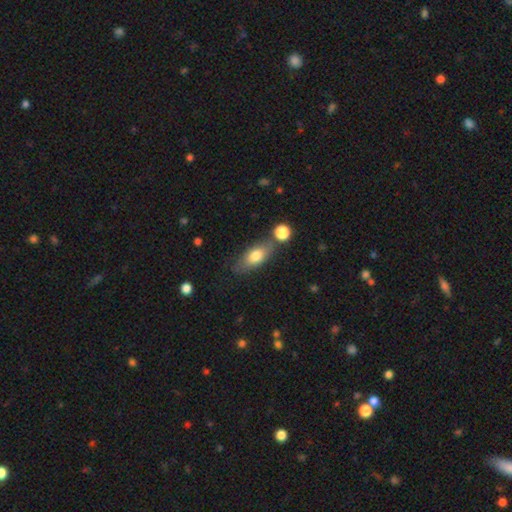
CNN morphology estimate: A smooth galaxy with no disk features (73%) that is in between round and cigar-shaped (76%). Merging: none (65%).